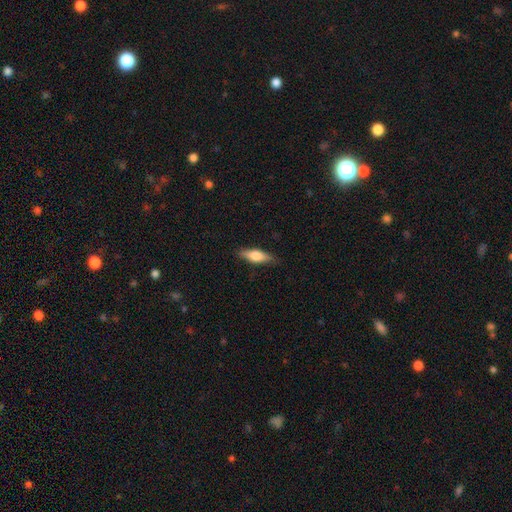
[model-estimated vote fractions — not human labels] Q: Smooth or featured?
A: smooth (66%); runner-up: featured or disk (28%)
Q: How rounded?
A: in between (53%); runner-up: cigar-shaped (44%)
Q: Merging?
A: none (84%); runner-up: minor disturbance (12%)